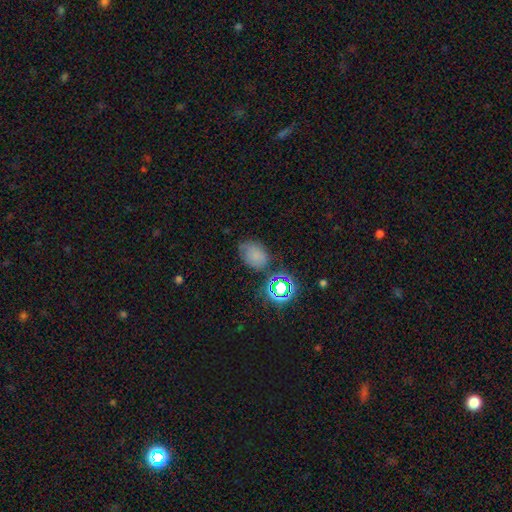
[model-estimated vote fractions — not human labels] smooth-or-featured: smooth: 64% | star or artifact: 23% | featured or disk: 13%
  how-rounded: in between: 67% | round: 32% | cigar-shaped: 1%
  merging: none: 62% | minor disturbance: 25% | major disturbance: 8% | merger: 6%